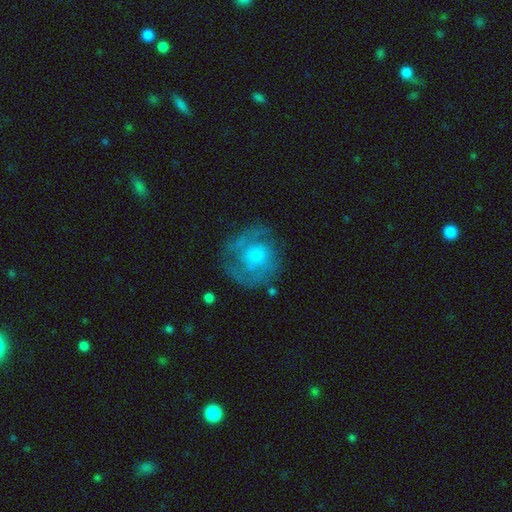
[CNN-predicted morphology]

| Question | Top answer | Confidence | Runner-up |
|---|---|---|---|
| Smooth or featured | featured or disk | 62% | smooth (30%) |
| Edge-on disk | no | 97% | yes (3%) |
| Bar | no | 77% | weak (20%) |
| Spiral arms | yes | 71% | no (29%) |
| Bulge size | moderate | 51% | small (25%) |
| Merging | none | 69% | minor disturbance (18%) |